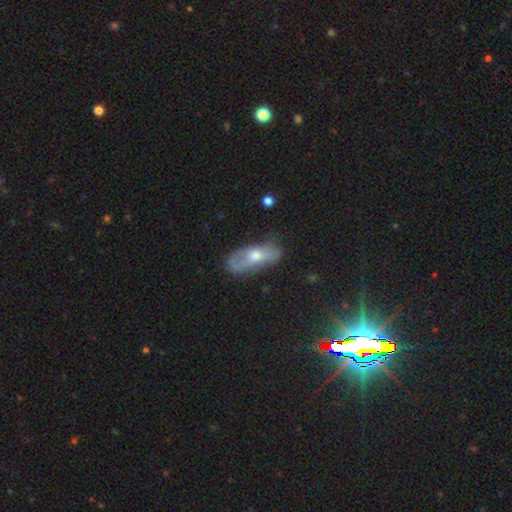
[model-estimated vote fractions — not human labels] Smooth or featured? Predicted: featured or disk (p=0.49). Merging? Predicted: none (p=0.56).